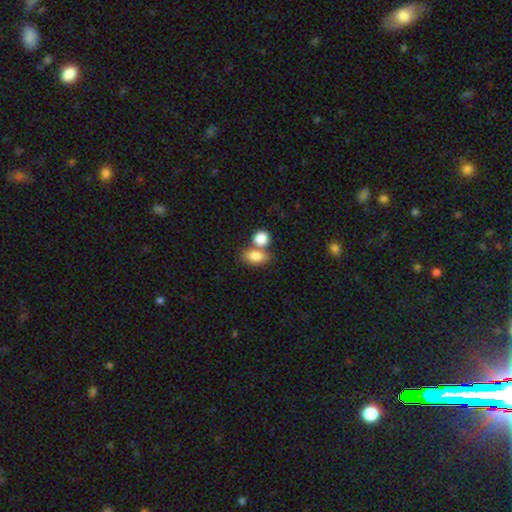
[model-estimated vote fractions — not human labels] The model was most divided on "merging": merger: 47%, none: 40%, minor disturbance: 9%, major disturbance: 4%. More confident: smooth or featured — smooth (83%); how rounded — in between (79%).